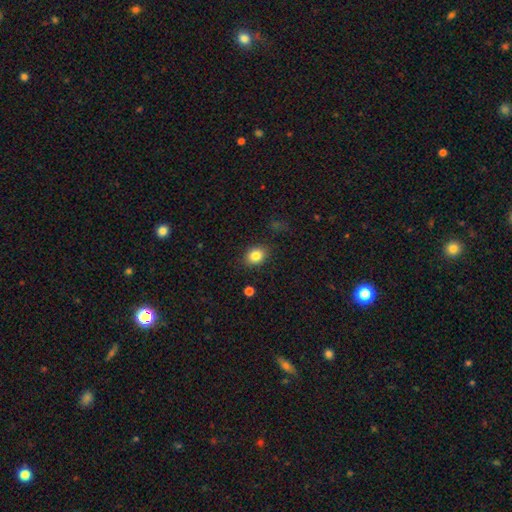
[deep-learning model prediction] Overall: smooth (84%). How rounded: in between (52%; round 47%). Merging: none (86%).